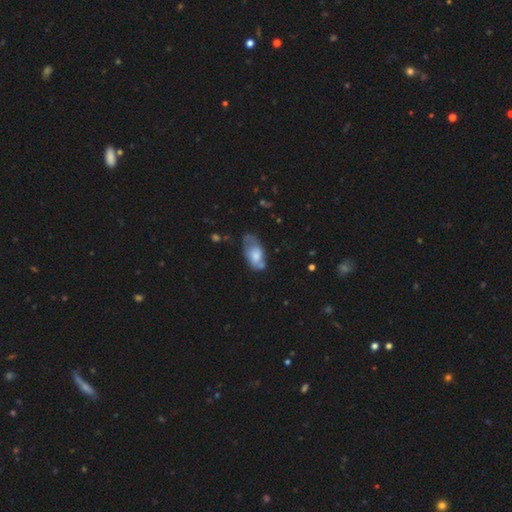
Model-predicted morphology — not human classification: smooth-or-featured: smooth: 64% | featured or disk: 28% | star or artifact: 8%
  how-rounded: in between: 92% | round: 4% | cigar-shaped: 4%
  merging: none: 36% | minor disturbance: 35% | major disturbance: 19% | merger: 10%